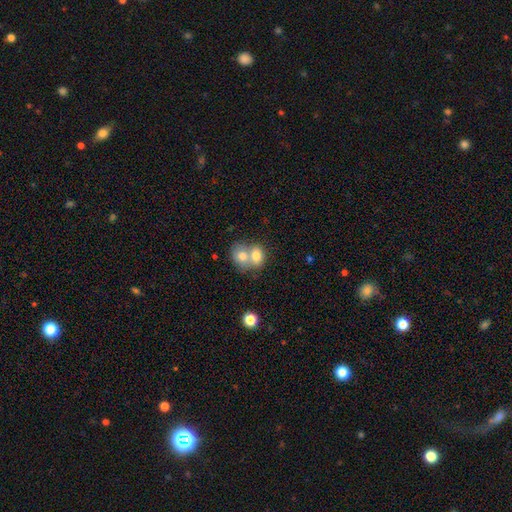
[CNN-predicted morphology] smooth_or_featured: smooth (p=0.74) [alt: featured or disk p=0.17]
how_rounded: round (p=0.50) [alt: in between p=0.49]
merging: merger (p=0.70) [alt: none p=0.22]